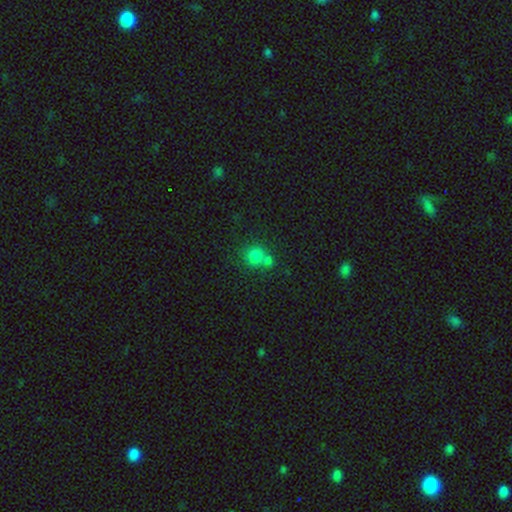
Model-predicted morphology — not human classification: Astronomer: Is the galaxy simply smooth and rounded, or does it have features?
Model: smooth — 78%.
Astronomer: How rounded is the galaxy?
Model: round — 86%.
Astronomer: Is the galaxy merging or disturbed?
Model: none — 48% (runner-up: merger, 39%).